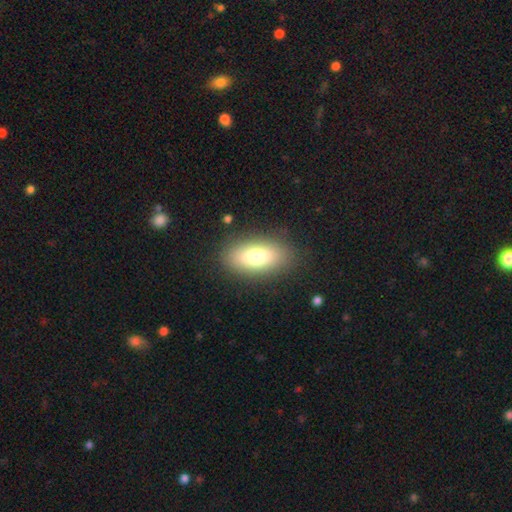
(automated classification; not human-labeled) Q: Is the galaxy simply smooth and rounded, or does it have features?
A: smooth — 75%.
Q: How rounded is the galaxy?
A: in between — 87%.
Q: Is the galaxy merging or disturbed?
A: none — 86%.